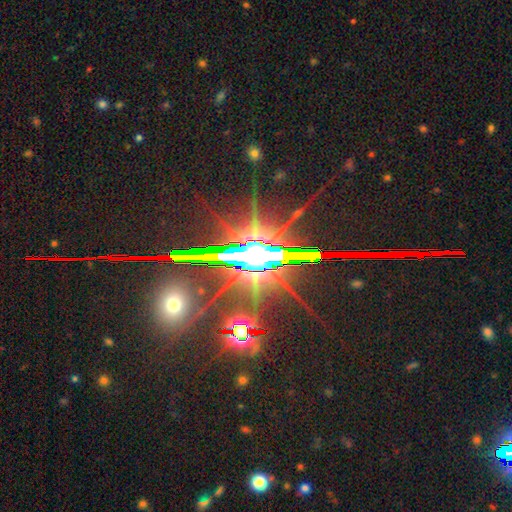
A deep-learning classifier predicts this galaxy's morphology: The model was most divided on "smooth or featured": star or artifact: 80%, featured or disk: 14%, smooth: 6%.